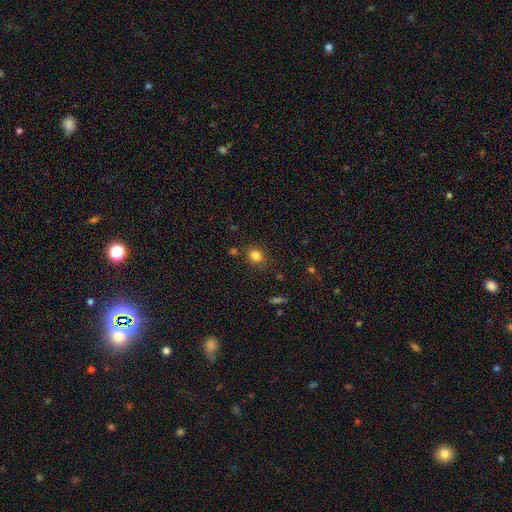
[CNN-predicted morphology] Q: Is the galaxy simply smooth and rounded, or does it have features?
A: smooth — 81%.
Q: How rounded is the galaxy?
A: round — 74%.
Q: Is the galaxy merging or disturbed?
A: none — 78%.